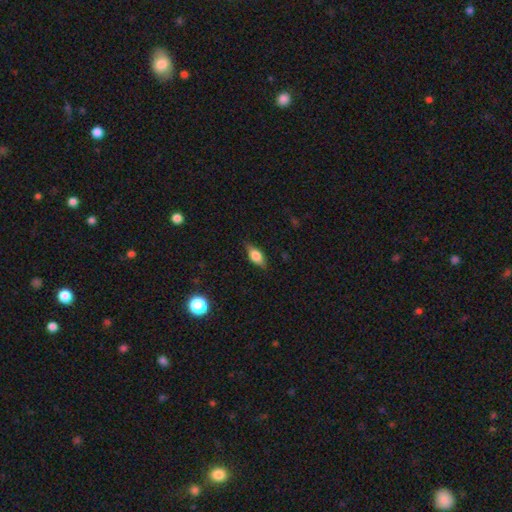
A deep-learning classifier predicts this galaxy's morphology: Smooth or featured? smooth (66%)
How rounded? in between (79%)
Merging? none (81%)